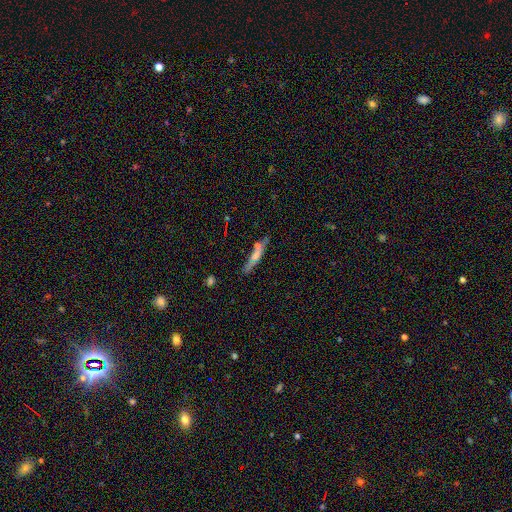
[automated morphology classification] A smooth galaxy with no disk features (50%) that is cigar-shaped (86%).

Vote fractions:
- Smooth or featured? smooth: 50% / featured or disk: 39% / star or artifact: 11%
- How rounded? cigar-shaped: 86% / in between: 11% / round: 3%
- Merging? none: 66% / minor disturbance: 17% / merger: 11% / major disturbance: 6%